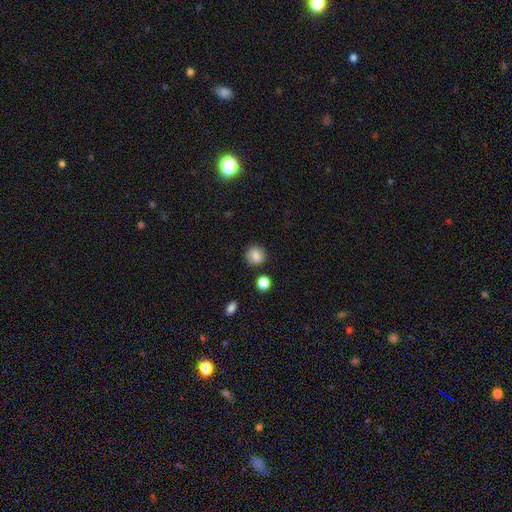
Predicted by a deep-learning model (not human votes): A smooth galaxy with no disk features (85%) that is round (87%). Merging: none (87%).